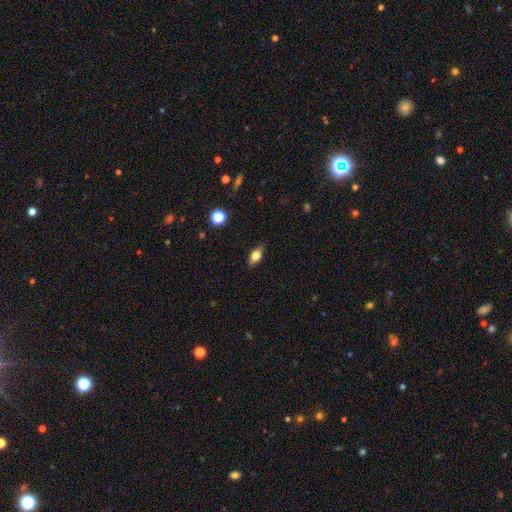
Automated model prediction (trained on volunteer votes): smooth_or_featured: smooth (p=0.68) [alt: featured or disk p=0.23]
how_rounded: in between (p=0.78) [alt: cigar-shaped p=0.14]
merging: none (p=0.84) [alt: minor disturbance p=0.12]